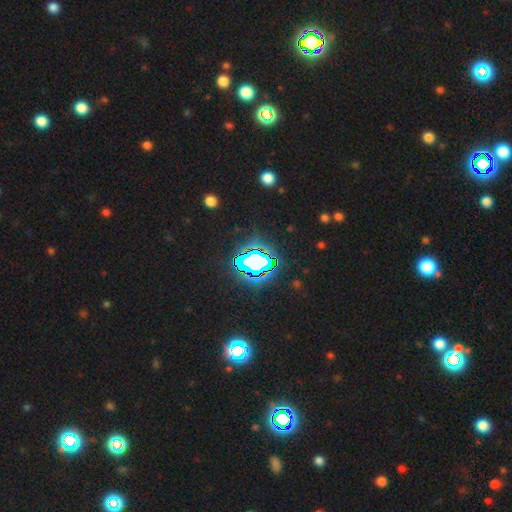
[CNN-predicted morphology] The model was most divided on "smooth or featured": star or artifact: 74%, smooth: 15%, featured or disk: 11%.